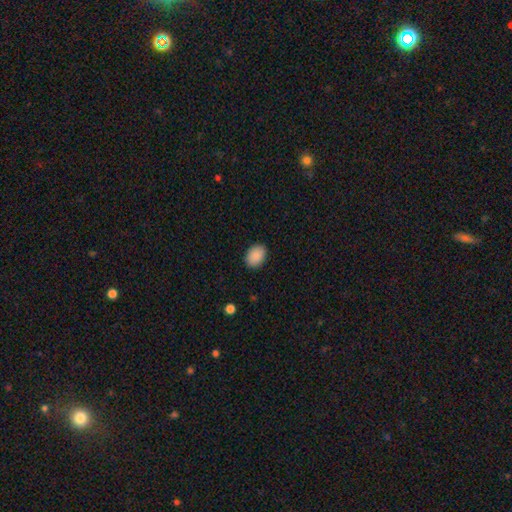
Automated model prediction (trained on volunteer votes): Morphology: type=smooth (90%); roundness=in between (74%); merging=none (89%).